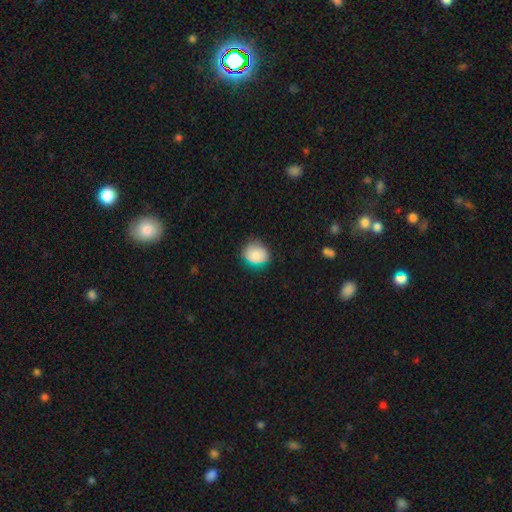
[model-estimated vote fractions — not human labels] This appears to be a smooth galaxy with no disk features (80%) that is round (76%). Merging: none (74%).